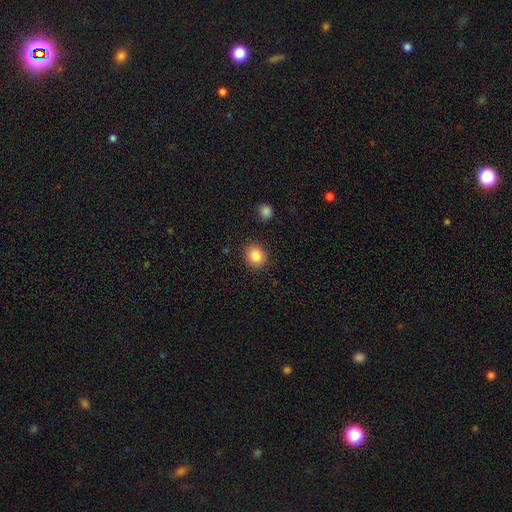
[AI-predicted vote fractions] This is clearly a smooth galaxy (85%). How rounded: likely round (79%). Merging: clearly none (89%).